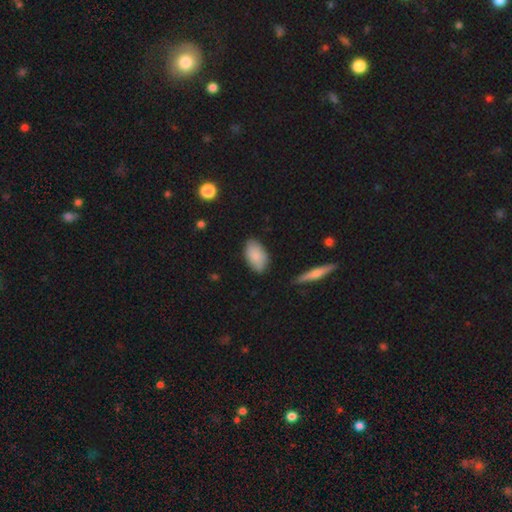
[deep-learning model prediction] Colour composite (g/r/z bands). It shows a smooth galaxy with no disk features (82%) that is in between round and cigar-shaped (94%). Merging: none (80%).